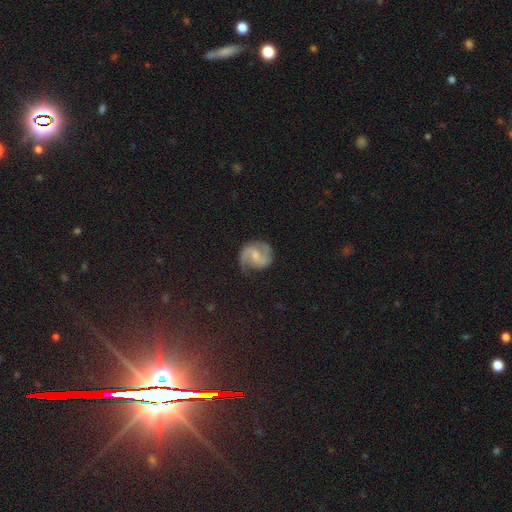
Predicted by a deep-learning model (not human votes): smooth_or_featured: featured or disk (p=0.84) [alt: smooth p=0.11]
disk_edge_on: no (p=0.98) [alt: yes p=0.02]
bar: weak (p=0.53) [alt: no p=0.32]
has_spiral_arms: yes (p=0.97) [alt: no p=0.03]
spiral_winding: medium (p=0.55) [alt: tight p=0.23]
spiral_arm_count: 2 (p=0.90) [alt: can't tell p=0.04]
bulge_size: small (p=0.51) [alt: moderate p=0.39]
merging: none (p=0.78) [alt: minor disturbance p=0.16]